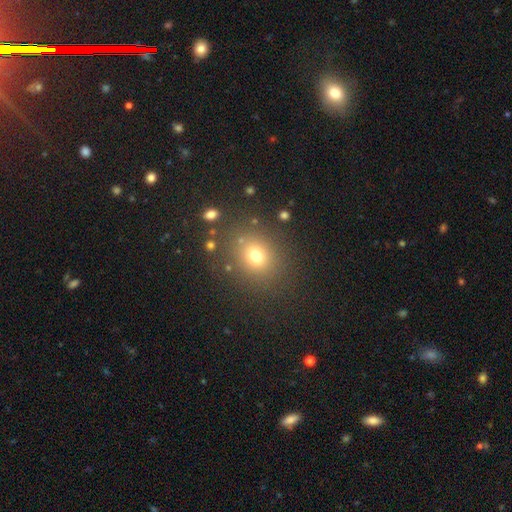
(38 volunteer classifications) Smooth or featured?
  - smooth: 71% *
  - featured or disk: 21%
  - star or artifact: 8%
How rounded?
  - round: 52% *
  - in between: 48%
  - cigar-shaped: 0%
Merging?
  - none: 89% *
  - major disturbance: 9%
  - minor disturbance: 3%
  - merger: 0%